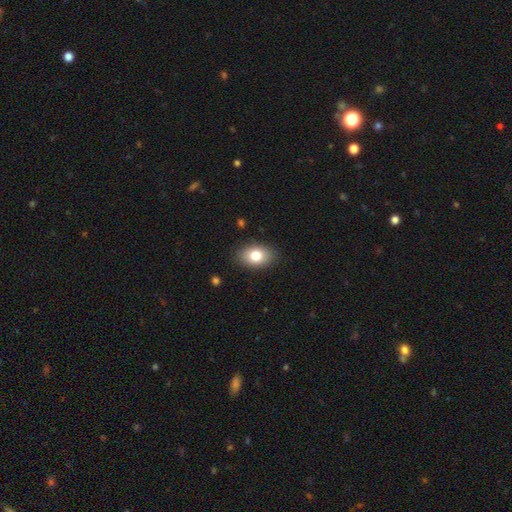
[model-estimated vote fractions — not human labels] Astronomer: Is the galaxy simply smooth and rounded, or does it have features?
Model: smooth — 80%.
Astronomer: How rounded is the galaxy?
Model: in between — 83%.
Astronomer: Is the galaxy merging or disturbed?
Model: none — 87%.